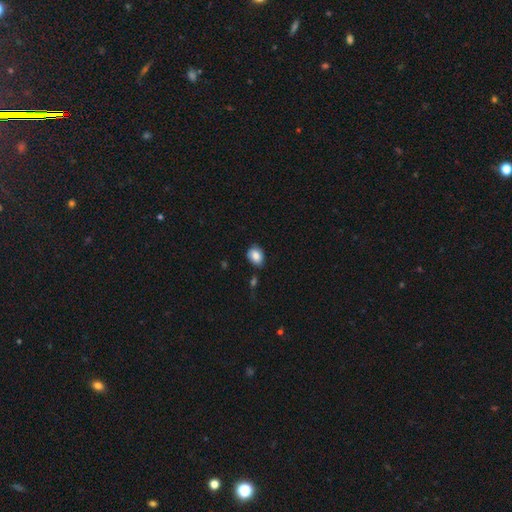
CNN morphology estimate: smooth_or_featured: smooth (p=0.82) [alt: featured or disk p=0.10]
how_rounded: in between (p=0.65) [alt: round p=0.34]
merging: none (p=0.65) [alt: minor disturbance p=0.25]